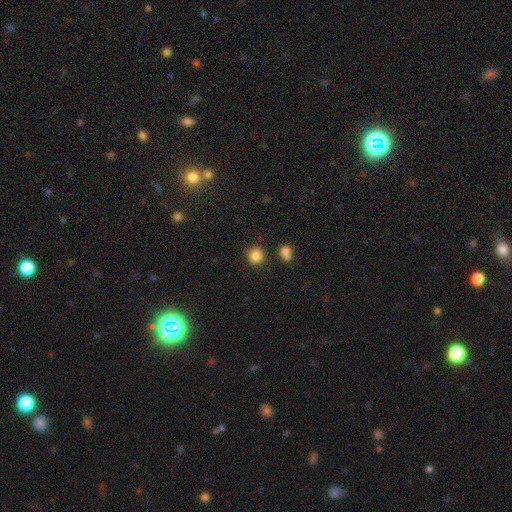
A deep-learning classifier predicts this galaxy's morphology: type=smooth (85%); roundness=round (89%); merging=none (84%).